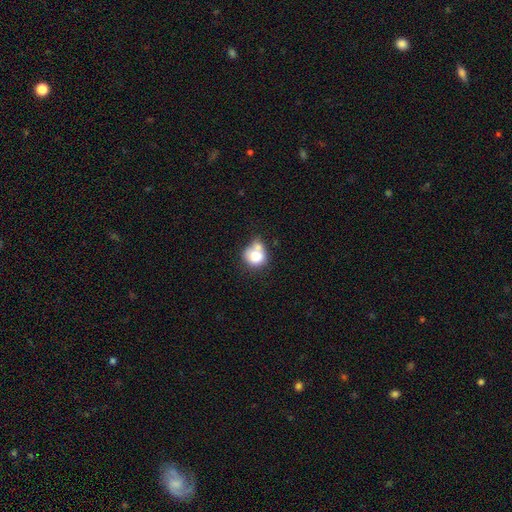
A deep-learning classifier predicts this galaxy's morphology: Smooth or featured? Predicted: smooth (p=0.75). How rounded? Predicted: round (p=0.71). Merging? Predicted: merger (p=0.44).